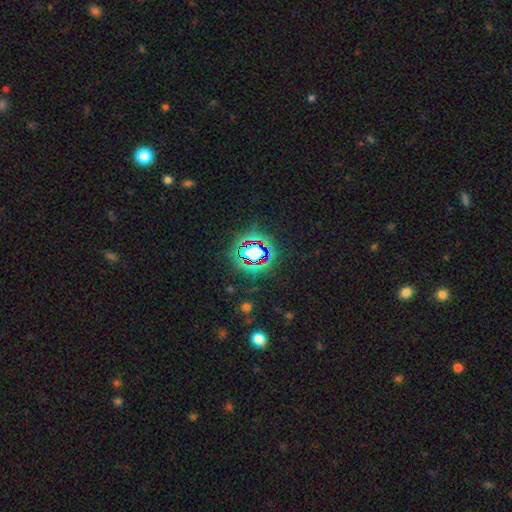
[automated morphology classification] A star or artifact, not a galaxy (74%).